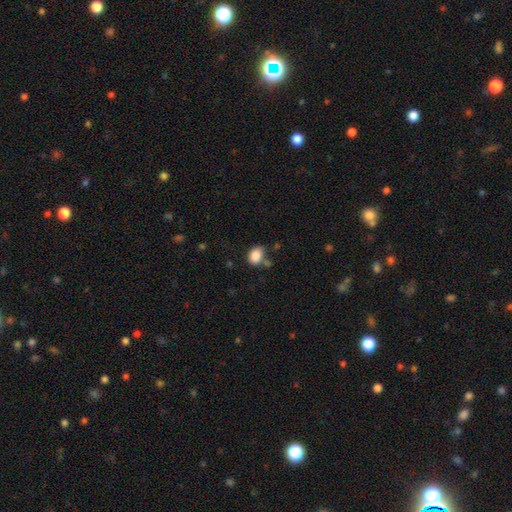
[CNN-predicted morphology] smooth_or_featured: smooth (p=0.87) [alt: star or artifact p=0.09]
how_rounded: in between (p=0.74) [alt: round p=0.25]
merging: none (p=0.63) [alt: minor disturbance p=0.20]